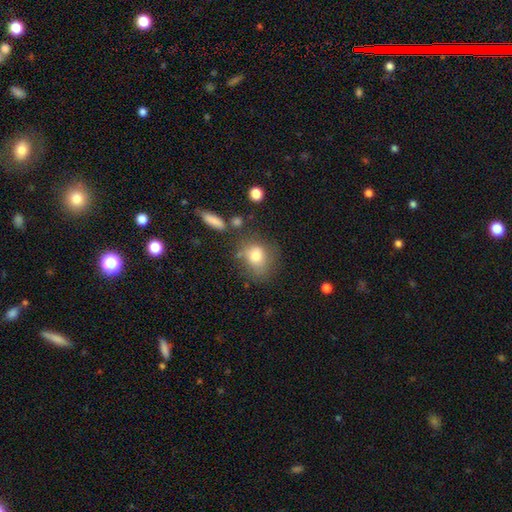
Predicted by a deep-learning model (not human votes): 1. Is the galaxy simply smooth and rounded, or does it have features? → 76% smooth, 13% featured or disk, 11% star or artifact.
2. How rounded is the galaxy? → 58% round, 40% in between, 2% cigar-shaped.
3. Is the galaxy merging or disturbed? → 58% none, 22% minor disturbance, 11% major disturbance, 9% merger.